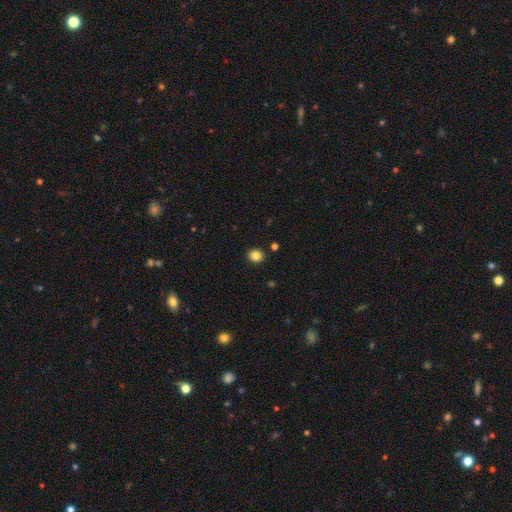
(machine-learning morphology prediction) A smooth galaxy with no disk features (85%) that is round (76%).

Vote fractions:
- Smooth or featured? smooth: 85% / star or artifact: 11% / featured or disk: 5%
- How rounded? round: 76% / in between: 23% / cigar-shaped: 1%
- Merging? none: 90% / minor disturbance: 6% / merger: 2% / major disturbance: 2%